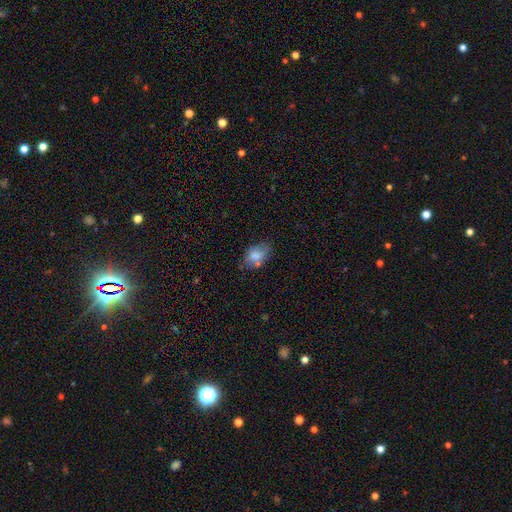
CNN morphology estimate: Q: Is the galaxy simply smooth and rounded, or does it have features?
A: smooth — 72%.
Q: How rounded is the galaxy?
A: in between — 86%.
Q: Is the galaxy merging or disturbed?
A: none — 55%.